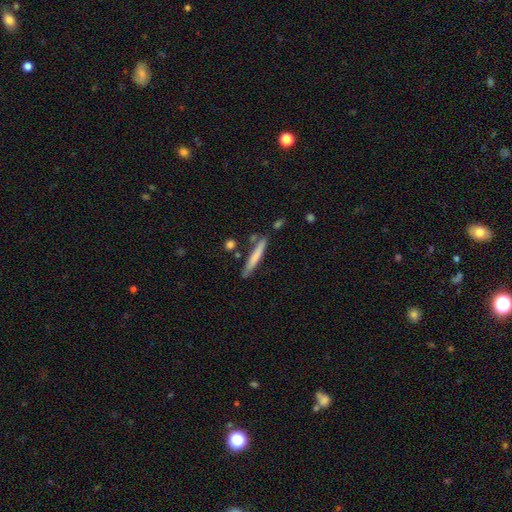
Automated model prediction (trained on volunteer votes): Overall: smooth (68%). How rounded: cigar-shaped (95%). Merging: none (79%).